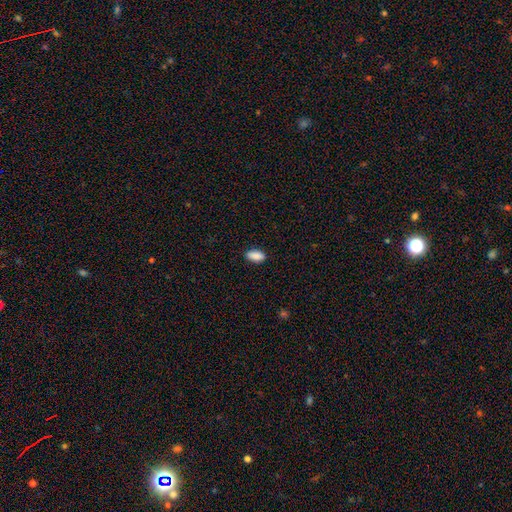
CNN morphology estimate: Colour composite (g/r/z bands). It shows a smooth galaxy with no disk features (90%) that is in between round and cigar-shaped (89%). Merging: none (88%).